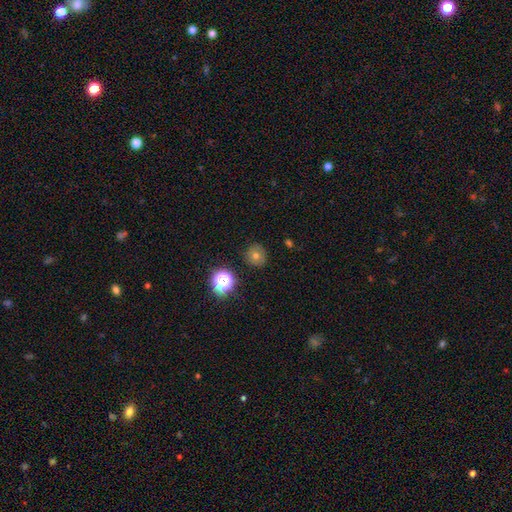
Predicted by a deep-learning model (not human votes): smooth_or_featured: smooth (p=0.64) [alt: star or artifact p=0.22]
how_rounded: round (p=0.92) [alt: in between p=0.08]
merging: none (p=0.87) [alt: minor disturbance p=0.09]